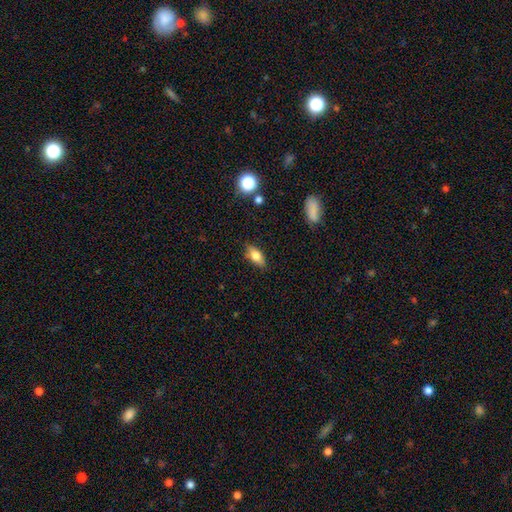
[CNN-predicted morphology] A smooth galaxy with no disk features (76%) that is in between round and cigar-shaped (83%). Merging: none (83%).